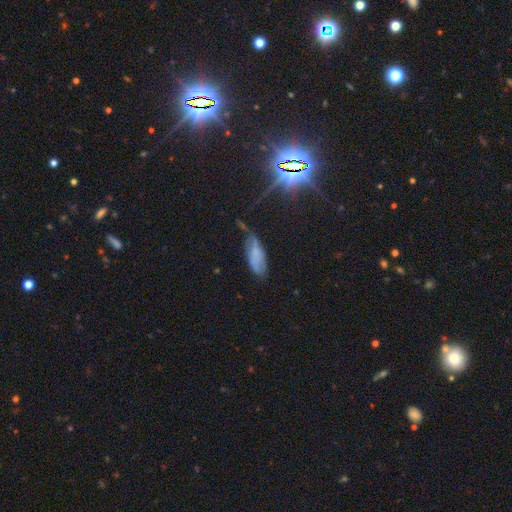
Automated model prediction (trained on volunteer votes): A smooth galaxy with no disk features (54%) that is in between round and cigar-shaped (74%).

Vote fractions:
- Smooth or featured? smooth: 54% / featured or disk: 29% / star or artifact: 16%
- How rounded? in between: 74% / cigar-shaped: 23% / round: 3%
- Merging? none: 50% / minor disturbance: 34% / major disturbance: 12% / merger: 4%